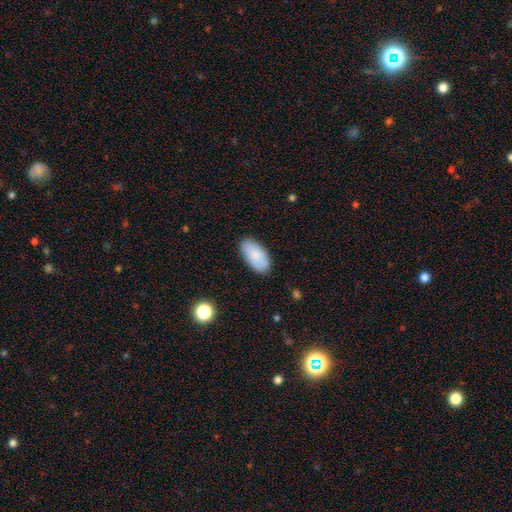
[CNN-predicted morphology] Q: Smooth or featured?
A: smooth (85%); runner-up: featured or disk (9%)
Q: How rounded?
A: in between (95%); runner-up: cigar-shaped (3%)
Q: Merging?
A: none (85%); runner-up: minor disturbance (12%)